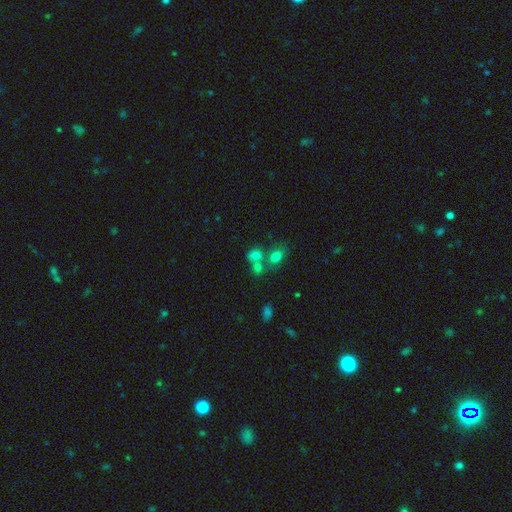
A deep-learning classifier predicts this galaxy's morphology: A smooth galaxy with no disk features (69%) that is in between round and cigar-shaped (55%).

Vote fractions:
- Smooth or featured? smooth: 69% / star or artifact: 17% / featured or disk: 14%
- How rounded? in between: 55% / round: 44% / cigar-shaped: 2%
- Merging? merger: 46% / none: 36% / minor disturbance: 11% / major disturbance: 7%